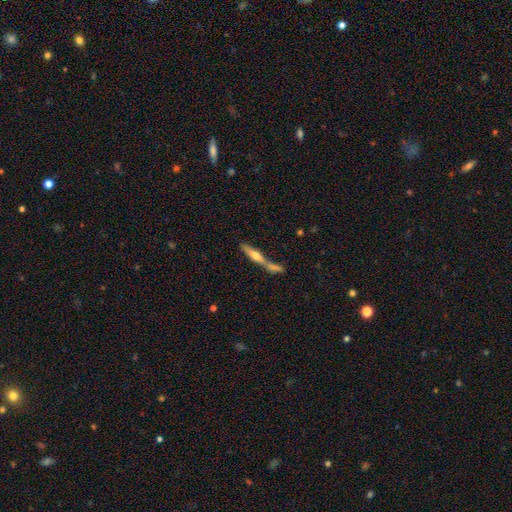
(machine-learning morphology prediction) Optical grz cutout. It shows a smooth galaxy with no disk features (48%). Merging: none (45%).